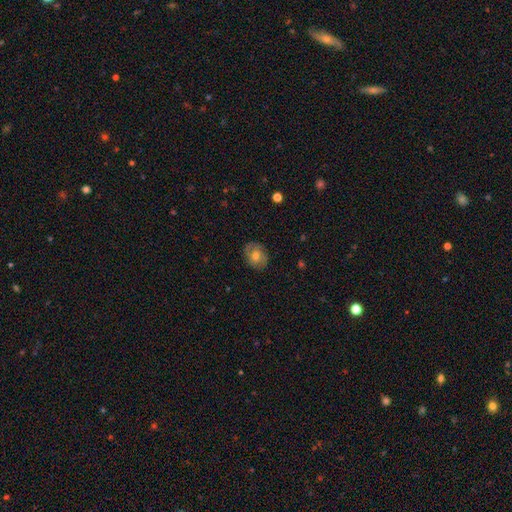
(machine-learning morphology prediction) Smooth or featured?
  - smooth: 52% *
  - featured or disk: 39%
  - star or artifact: 9%
How rounded?
  - in between: 53% *
  - round: 45%
  - cigar-shaped: 1%
Merging?
  - none: 82% *
  - minor disturbance: 14%
  - major disturbance: 3%
  - merger: 1%